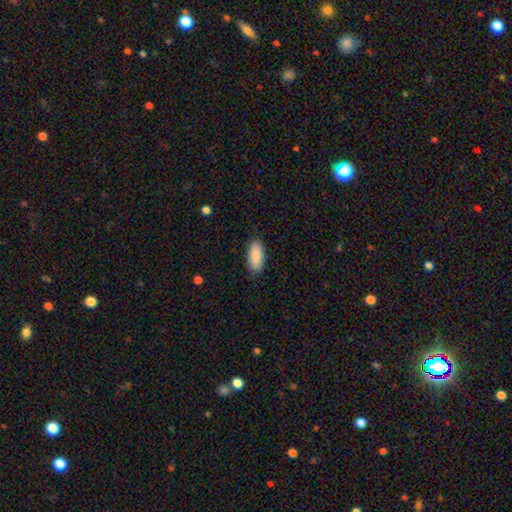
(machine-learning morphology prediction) smooth_or_featured: smooth (p=0.88) [alt: star or artifact p=0.06]
how_rounded: in between (p=0.88) [alt: cigar-shaped p=0.11]
merging: none (p=0.86) [alt: minor disturbance p=0.10]